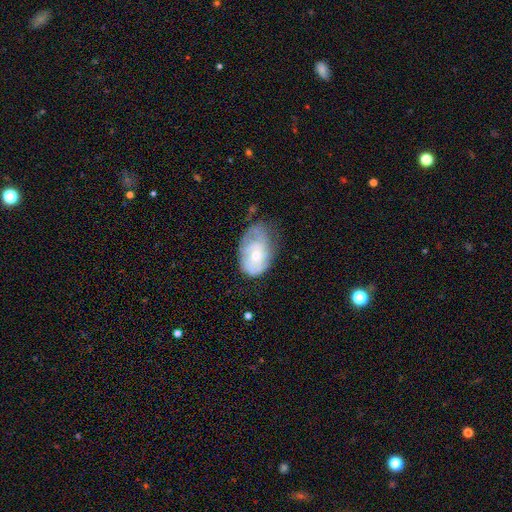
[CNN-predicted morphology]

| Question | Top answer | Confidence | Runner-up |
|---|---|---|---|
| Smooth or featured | featured or disk | 54% | smooth (39%) |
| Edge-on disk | no | 96% | yes (4%) |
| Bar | no | 75% | weak (22%) |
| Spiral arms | yes | 68% | no (32%) |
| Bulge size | small | 48% | moderate (45%) |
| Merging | none | 41% | minor disturbance (37%) |